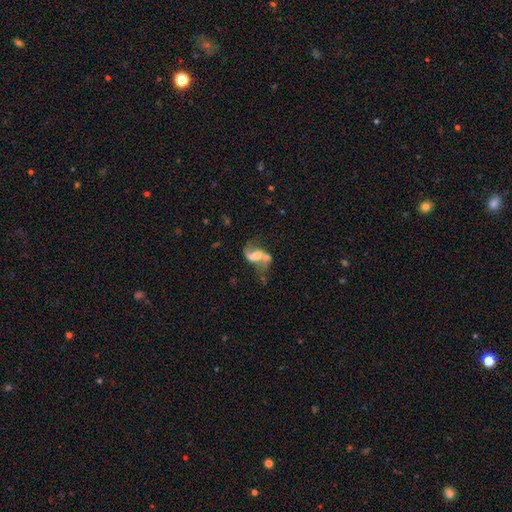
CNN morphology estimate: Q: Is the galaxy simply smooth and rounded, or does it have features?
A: featured or disk — 71%.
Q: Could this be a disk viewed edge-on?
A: no — 97%.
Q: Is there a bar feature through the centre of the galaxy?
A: no — 46%.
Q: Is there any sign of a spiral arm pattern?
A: yes — 82%.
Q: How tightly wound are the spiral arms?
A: loose — 72%.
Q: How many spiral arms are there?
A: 2 — 82%.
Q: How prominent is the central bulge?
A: moderate — 42%.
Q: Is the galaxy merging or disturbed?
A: merger — 37%.